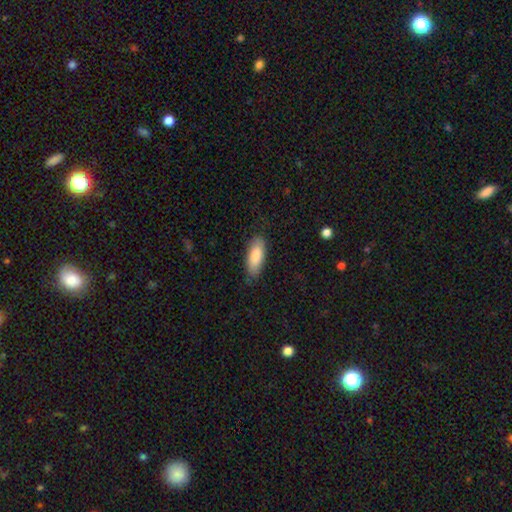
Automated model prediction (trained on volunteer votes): smooth_or_featured: smooth (p=0.86) [alt: featured or disk p=0.08]
how_rounded: in between (p=0.77) [alt: cigar-shaped p=0.21]
merging: none (p=0.80) [alt: minor disturbance p=0.16]